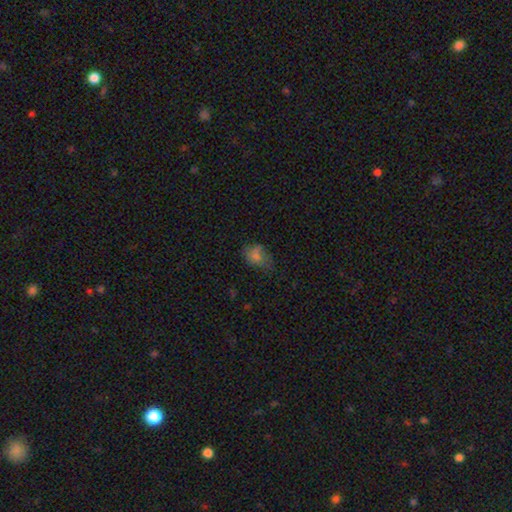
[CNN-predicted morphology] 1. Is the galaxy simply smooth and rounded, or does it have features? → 70% smooth, 17% star or artifact, 13% featured or disk.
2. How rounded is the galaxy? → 71% in between, 27% round, 2% cigar-shaped.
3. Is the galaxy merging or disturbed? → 48% none, 32% minor disturbance, 15% major disturbance, 5% merger.